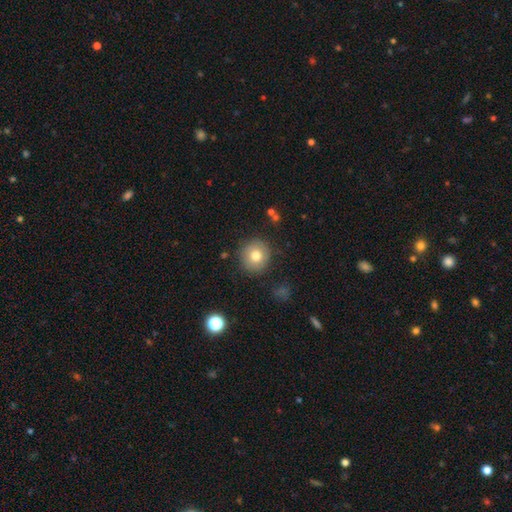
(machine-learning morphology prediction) smooth_or_featured: smooth (p=0.76) [alt: featured or disk p=0.14]
how_rounded: round (p=0.92) [alt: in between p=0.07]
merging: none (p=0.86) [alt: minor disturbance p=0.09]